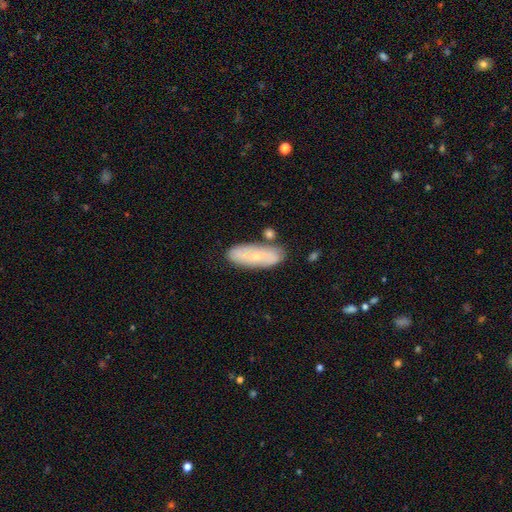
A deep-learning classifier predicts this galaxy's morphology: smooth_or_featured: smooth (p=0.47) [alt: featured or disk p=0.46]
merging: none (p=0.79) [alt: minor disturbance p=0.13]